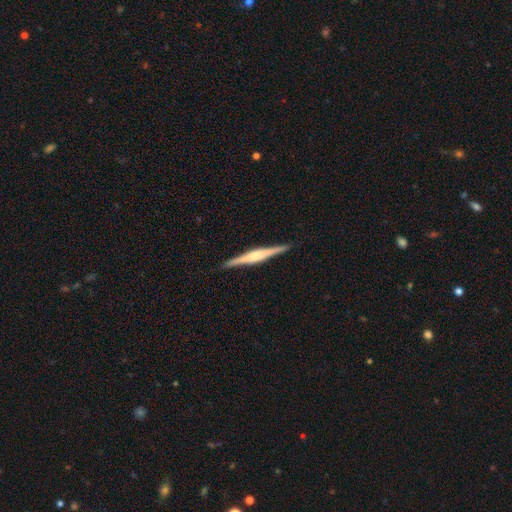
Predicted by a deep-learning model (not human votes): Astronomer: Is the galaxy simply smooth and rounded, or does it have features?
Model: featured or disk — 77%.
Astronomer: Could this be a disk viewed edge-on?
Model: yes — 98%.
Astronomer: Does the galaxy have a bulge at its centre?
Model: rounded — 69%.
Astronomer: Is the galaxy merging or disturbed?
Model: none — 92%.